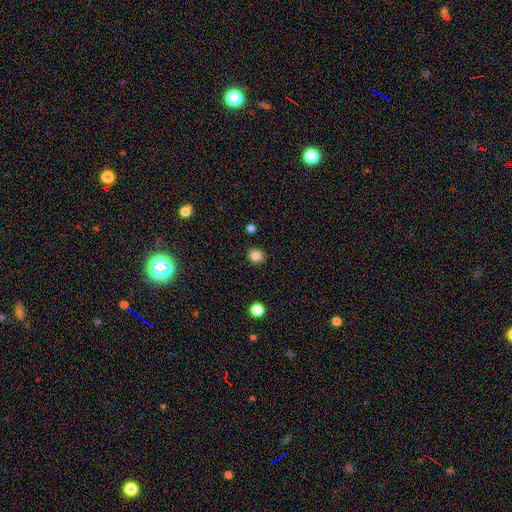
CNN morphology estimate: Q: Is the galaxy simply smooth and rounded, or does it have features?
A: smooth — 84%.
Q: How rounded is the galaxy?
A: round — 83%.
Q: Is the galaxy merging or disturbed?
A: none — 91%.